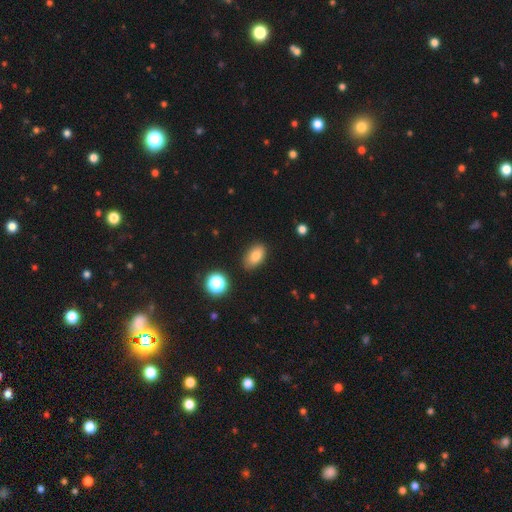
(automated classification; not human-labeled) Morphology: type=smooth (82%); roundness=in between (89%); merging=none (85%).